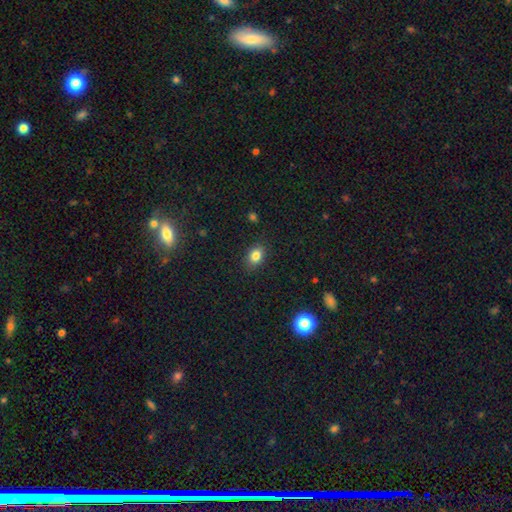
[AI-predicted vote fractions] Morphology: type=smooth (83%); roundness=in between (74%); merging=none (86%).